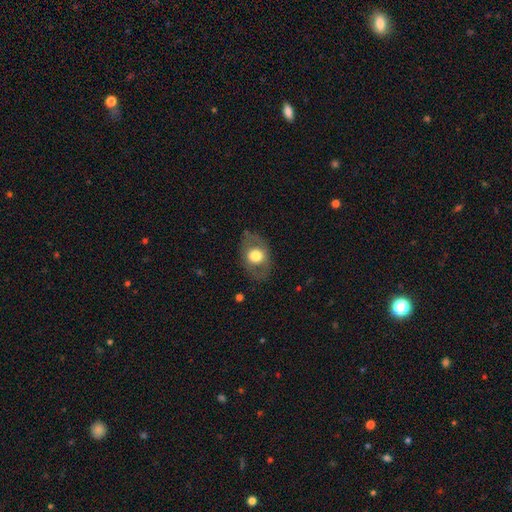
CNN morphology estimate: The model was most divided on "smooth or featured": smooth: 55%, featured or disk: 38%, star or artifact: 7%. More confident: merging — none (77%); how rounded — in between (70%).